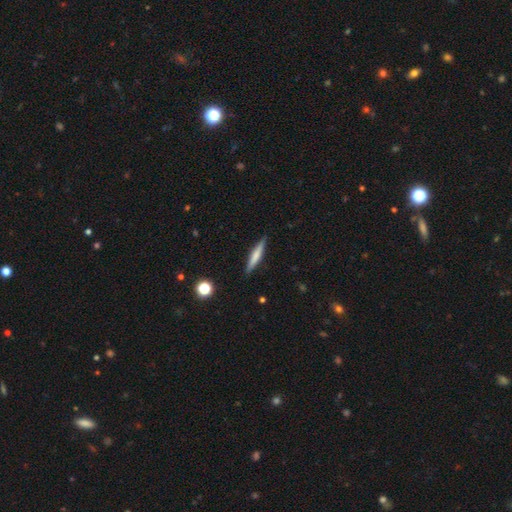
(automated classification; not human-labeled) This appears to be a smooth galaxy with no disk features (62%) that is cigar-shaped (92%). Merging: none (89%).